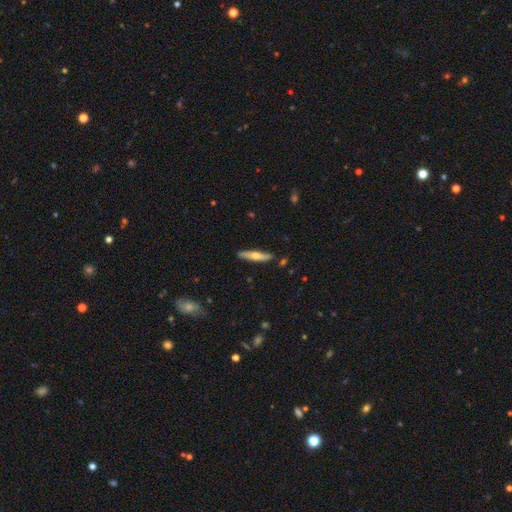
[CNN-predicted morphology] Smooth or featured? smooth (51%)
How rounded? cigar-shaped (88%)
Merging? none (87%)